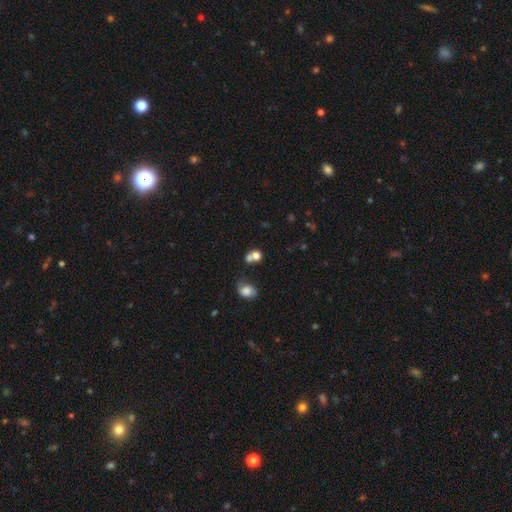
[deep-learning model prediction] smooth 74%, star or artifact 14%, featured or disk 12%. Down the decision tree: how rounded — round (69%); merging — merger (47%).